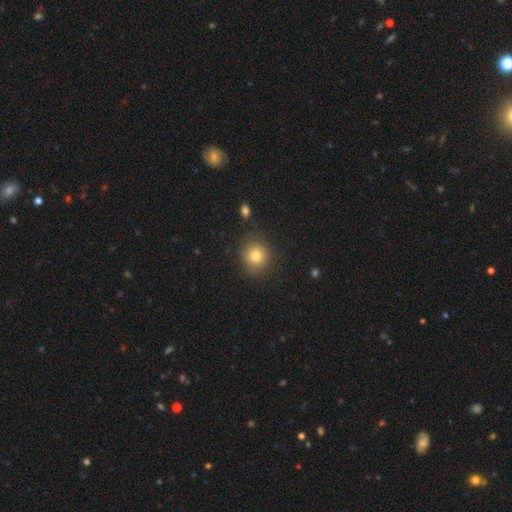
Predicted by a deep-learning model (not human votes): Overall: smooth (79%). How rounded: round (87%). Merging: none (84%).